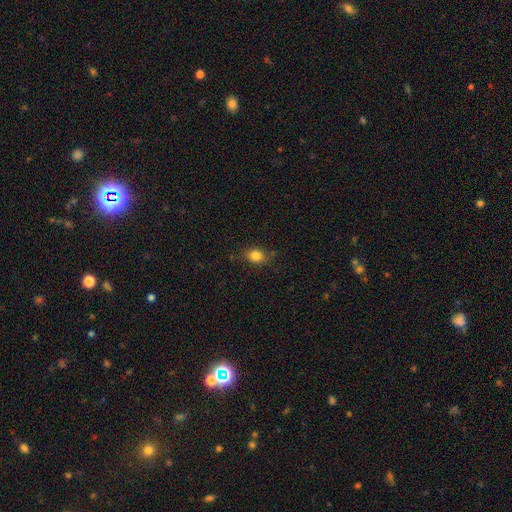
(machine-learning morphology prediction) smooth 83%, star or artifact 11%, featured or disk 6%. Down the decision tree: how rounded — in between (54%); merging — none (77%).